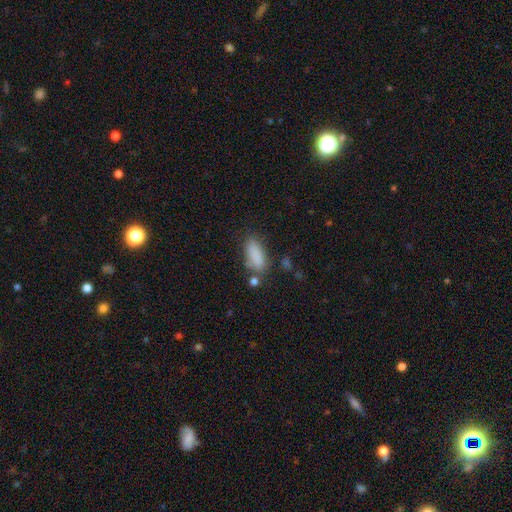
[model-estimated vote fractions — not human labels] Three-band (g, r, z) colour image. It shows a smooth galaxy with no disk features (85%) that is in between round and cigar-shaped (77%). Merging: none (66%).